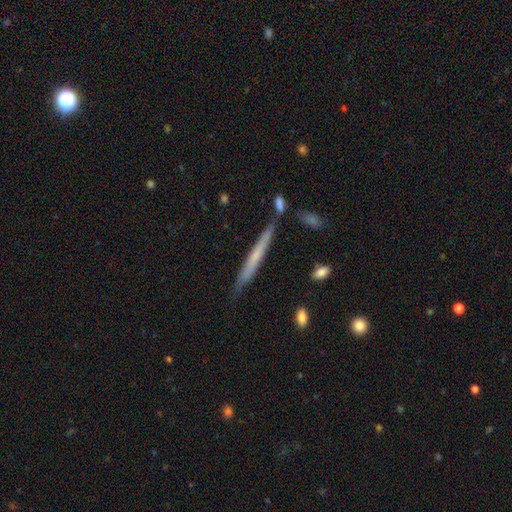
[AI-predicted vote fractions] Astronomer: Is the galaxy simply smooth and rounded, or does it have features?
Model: smooth — 48% (runner-up: featured or disk, 45%).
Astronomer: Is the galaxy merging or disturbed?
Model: none — 80%.